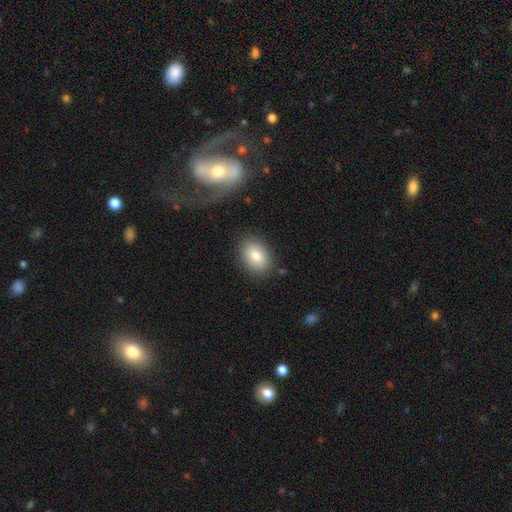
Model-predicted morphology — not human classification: This appears to be a smooth galaxy with no disk features (80%) that is in between round and cigar-shaped (75%). Merging: none (84%).